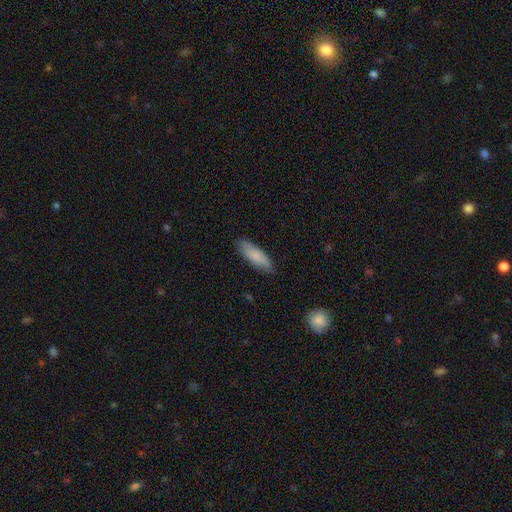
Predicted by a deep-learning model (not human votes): The model was most divided on "how rounded": in between: 52%, cigar-shaped: 46%, round: 2%. More confident: merging — none (85%); smooth or featured — smooth (84%).